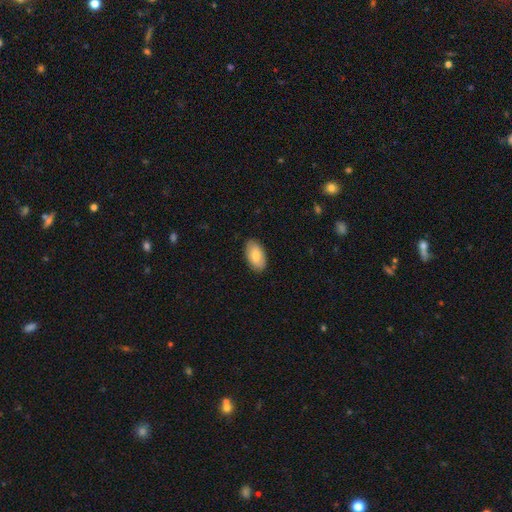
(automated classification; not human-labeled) A smooth galaxy with no disk features (81%) that is in between round and cigar-shaped (95%). Merging: none (88%).